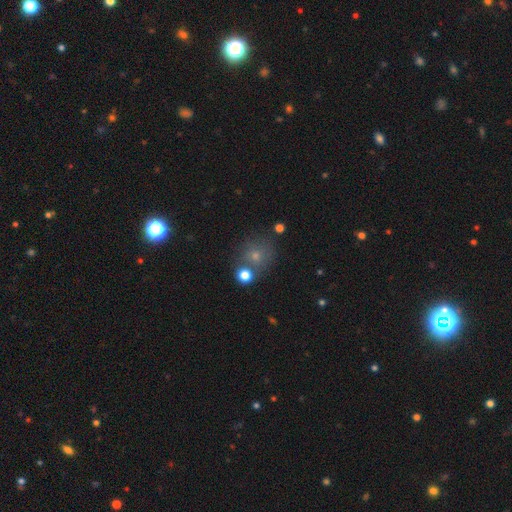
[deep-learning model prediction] smooth 68%, star or artifact 19%, featured or disk 13%. Down the decision tree: how rounded — round (84%); merging — none (63%).